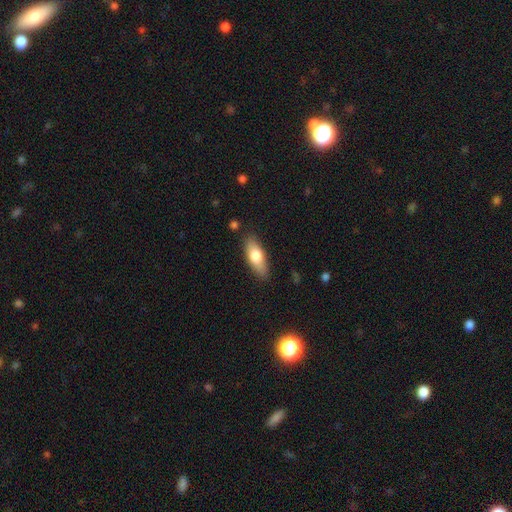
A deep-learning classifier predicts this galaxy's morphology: Overall: smooth (72%). How rounded: in between (71%). Merging: none (84%).